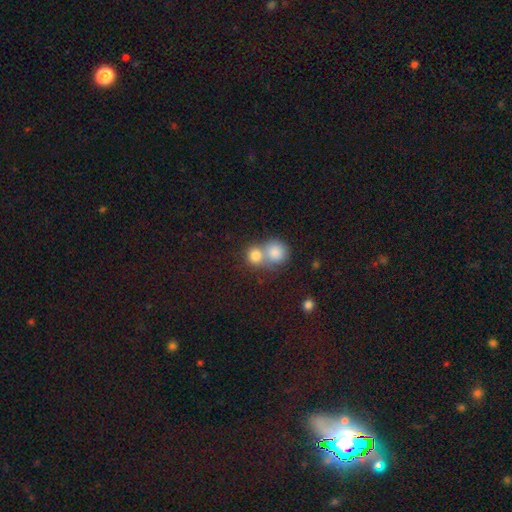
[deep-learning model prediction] The model was most divided on "merging": merger: 57%, none: 35%, minor disturbance: 5%, major disturbance: 3%. More confident: how rounded — round (85%); smooth or featured — smooth (81%).